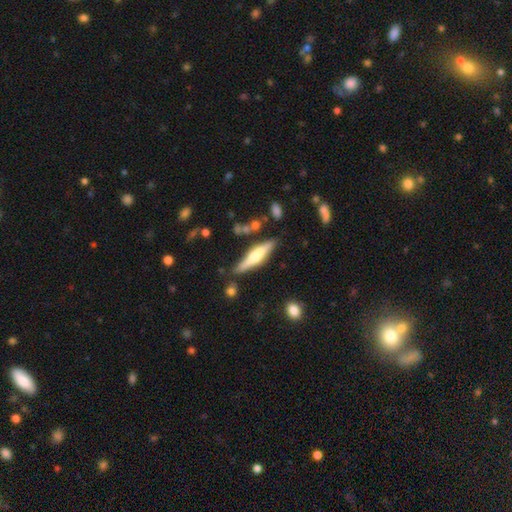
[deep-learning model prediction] A featured or disk galaxy (61%) viewed edge-on (94%) with a rounded central bulge (85%). Merging: none (78%).